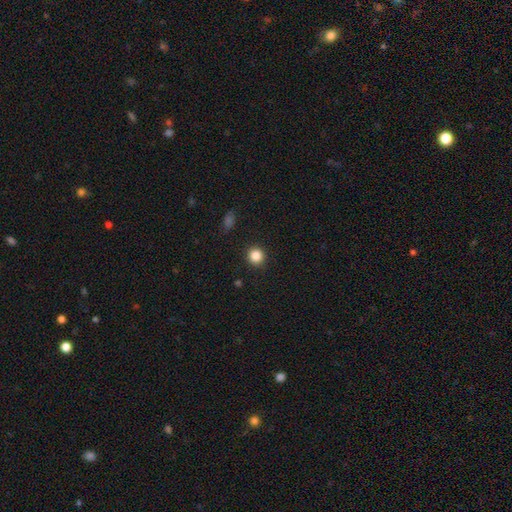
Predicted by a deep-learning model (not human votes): Smooth or featured: smooth — 85% (star or artifact — 11%)
How rounded: round — 93% (in between — 6%)
Merging: none — 92% (minor disturbance — 5%)